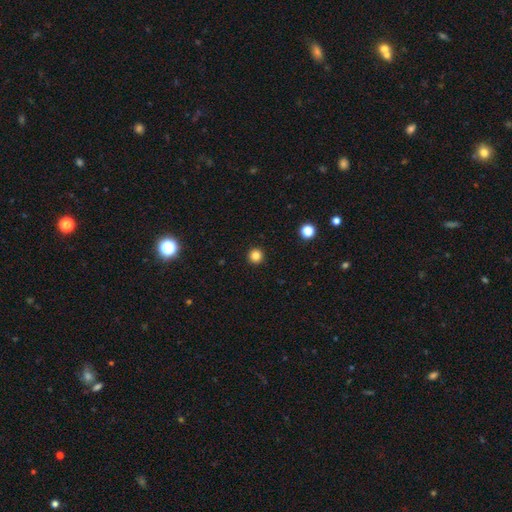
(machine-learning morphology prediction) Overall: smooth (83%). How rounded: round (96%). Merging: none (94%).